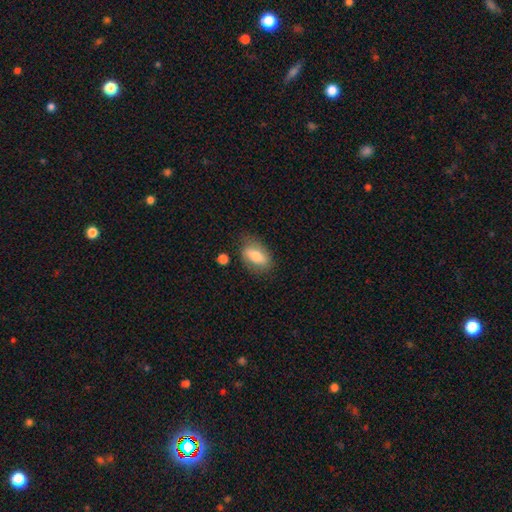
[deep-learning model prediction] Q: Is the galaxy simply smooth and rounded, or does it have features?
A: smooth — 71%.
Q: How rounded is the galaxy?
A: in between — 87%.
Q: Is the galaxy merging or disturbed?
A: none — 72%.